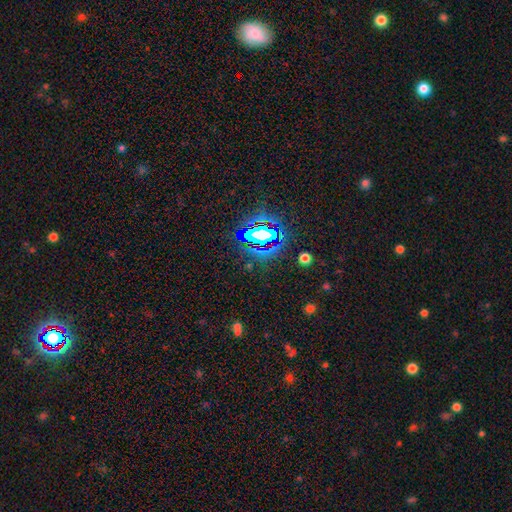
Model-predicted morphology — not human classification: Smooth or featured: star or artifact — 78% (smooth — 13%)